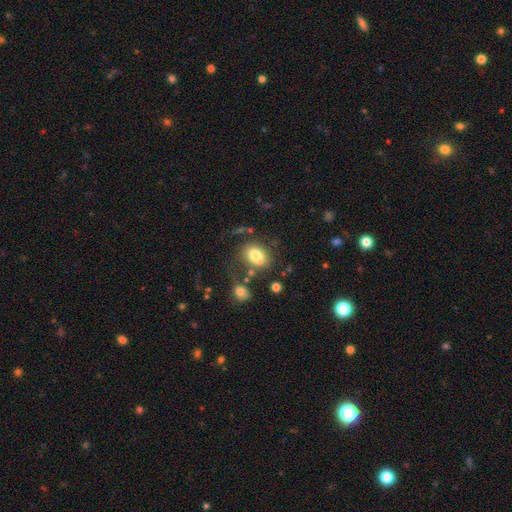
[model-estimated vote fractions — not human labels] Q: Smooth or featured?
A: smooth (80%); runner-up: featured or disk (11%)
Q: How rounded?
A: in between (77%); runner-up: round (21%)
Q: Merging?
A: none (66%); runner-up: minor disturbance (17%)